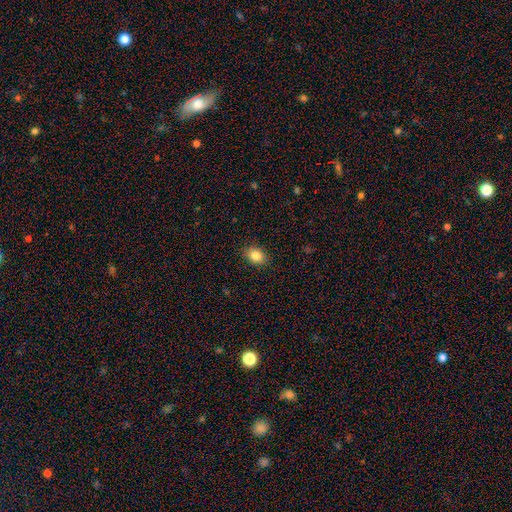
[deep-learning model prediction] smooth-or-featured: smooth: 85% | star or artifact: 9% | featured or disk: 7%
  how-rounded: in between: 69% | round: 29% | cigar-shaped: 1%
  merging: none: 89% | minor disturbance: 8% | major disturbance: 2% | merger: 1%